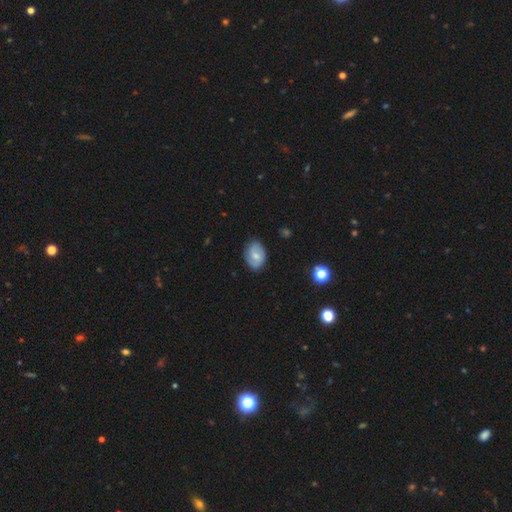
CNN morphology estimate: This is possibly a featured or disk galaxy (47%). Merging: clearly none (80%).